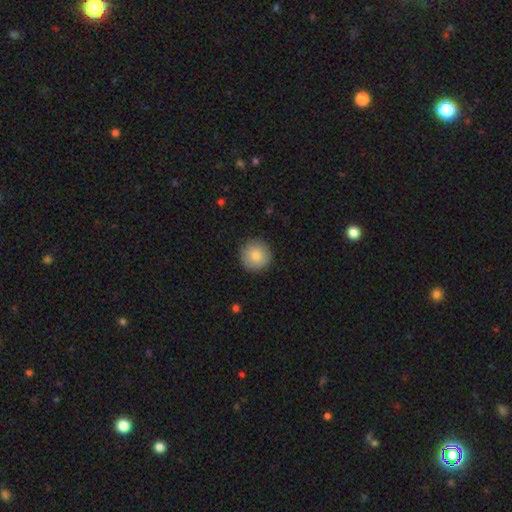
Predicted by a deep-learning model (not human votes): A smooth galaxy with no disk features (84%) that is round (96%). Merging: none (91%).